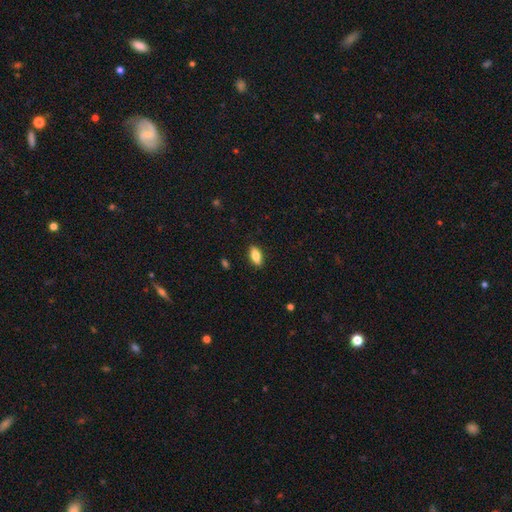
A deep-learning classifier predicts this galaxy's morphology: Q: Smooth or featured?
A: smooth (78%); runner-up: featured or disk (15%)
Q: How rounded?
A: in between (83%); runner-up: cigar-shaped (14%)
Q: Merging?
A: none (88%); runner-up: minor disturbance (9%)